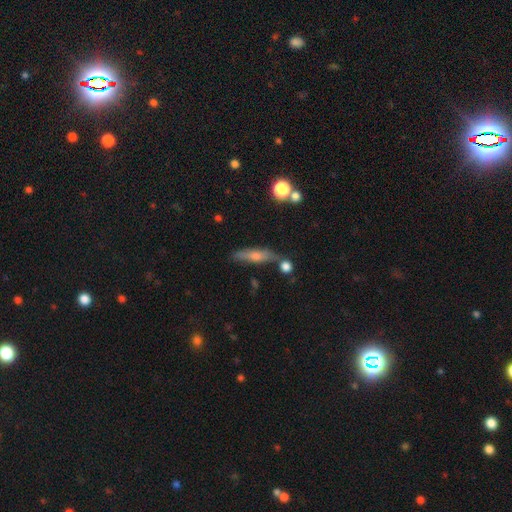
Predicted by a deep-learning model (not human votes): smooth-or-featured: smooth: 49% | featured or disk: 42% | star or artifact: 9%
  merging: none: 75% | minor disturbance: 14% | merger: 8% | major disturbance: 4%